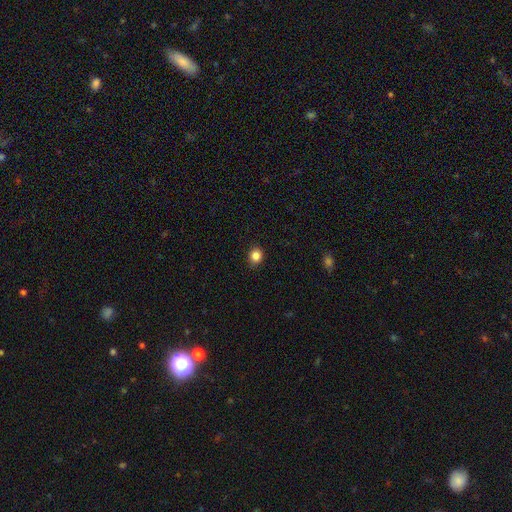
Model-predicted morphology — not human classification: Smooth or featured? Predicted: smooth (p=0.85). How rounded? Predicted: round (p=0.75). Merging? Predicted: none (p=0.87).